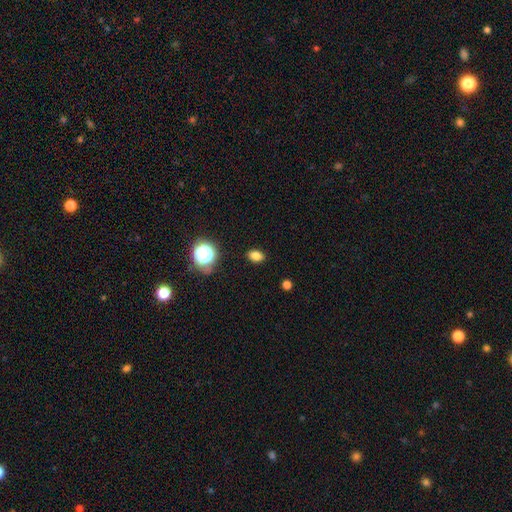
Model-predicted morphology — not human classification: smooth_or_featured: smooth (p=0.80) [alt: star or artifact p=0.14]
how_rounded: in between (p=0.79) [alt: round p=0.19]
merging: none (p=0.88) [alt: minor disturbance p=0.08]